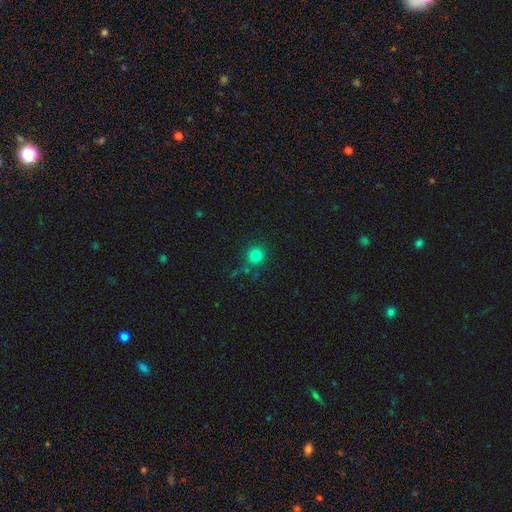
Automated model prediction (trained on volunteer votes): The model was most divided on "smooth or featured": smooth: 79%, star or artifact: 15%, featured or disk: 6%. More confident: how rounded — round (93%); merging — none (79%).